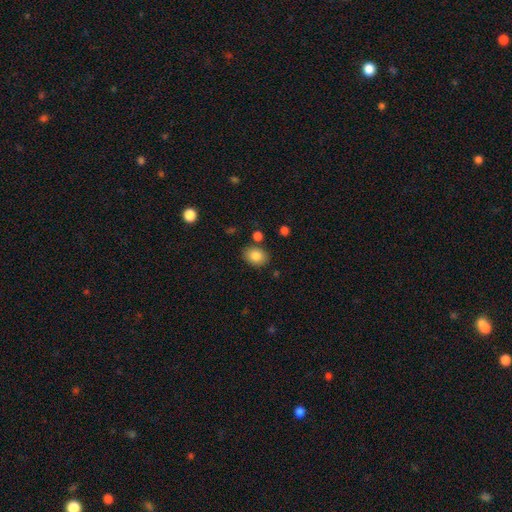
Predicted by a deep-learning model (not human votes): The model was most divided on "how rounded": in between: 66%, round: 33%, cigar-shaped: 1%. More confident: smooth or featured — smooth (84%); merging — none (81%).